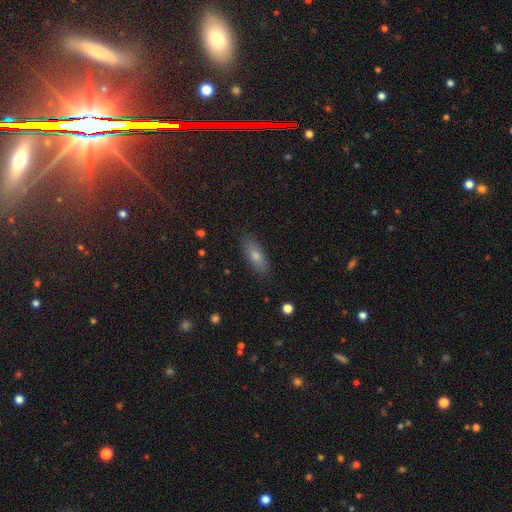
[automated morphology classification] Smooth or featured? Predicted: smooth (p=0.67). How rounded? Predicted: in between (p=0.62). Merging? Predicted: none (p=0.87).